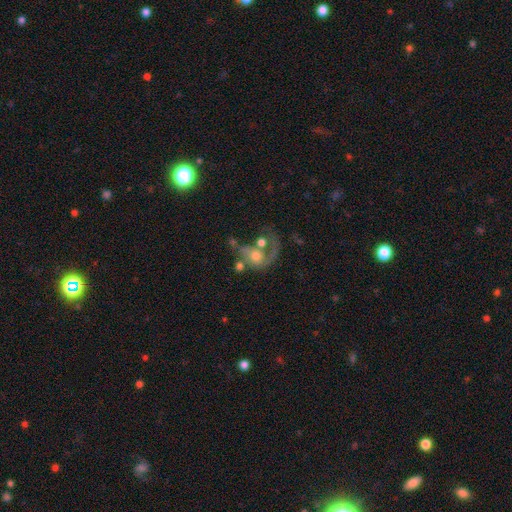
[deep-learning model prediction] Q: Smooth or featured?
A: featured or disk (55%); runner-up: smooth (35%)
Q: Edge-on disk?
A: no (97%); runner-up: yes (3%)
Q: Bar?
A: no (80%); runner-up: weak (17%)
Q: Spiral arms?
A: yes (63%); runner-up: no (37%)
Q: Bulge size?
A: moderate (56%); runner-up: large (20%)
Q: Merging?
A: merger (37%); runner-up: major disturbance (32%)